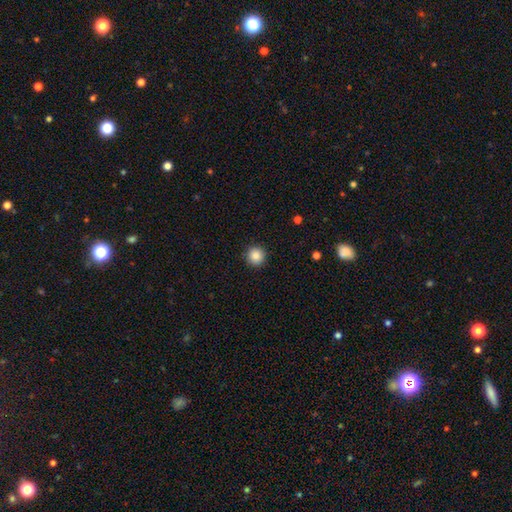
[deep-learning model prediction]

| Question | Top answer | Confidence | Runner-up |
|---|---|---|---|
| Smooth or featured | smooth | 86% | star or artifact (10%) |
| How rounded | round | 95% | in between (4%) |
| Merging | none | 92% | minor disturbance (6%) |